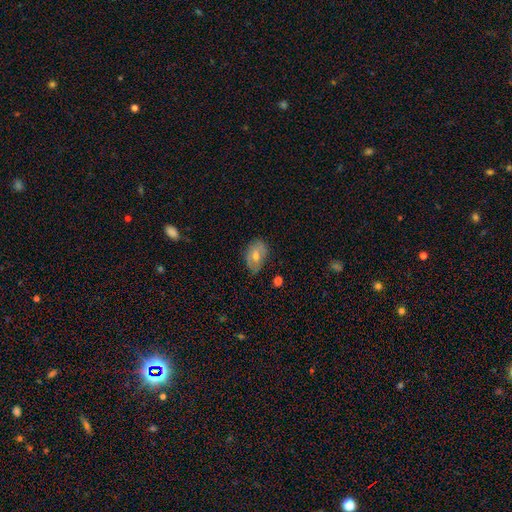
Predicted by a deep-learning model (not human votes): Overall: smooth (51%; featured or disk 39%). How rounded: in between (85%). Merging: none (70%).